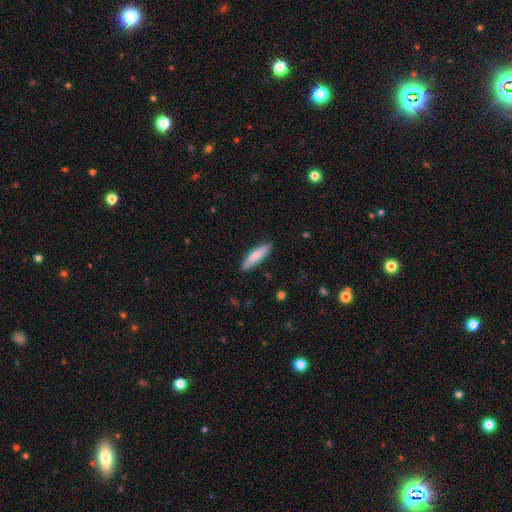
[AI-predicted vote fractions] smooth 80%, featured or disk 15%, star or artifact 5%. Down the decision tree: how rounded — cigar-shaped (69%); merging — none (86%).